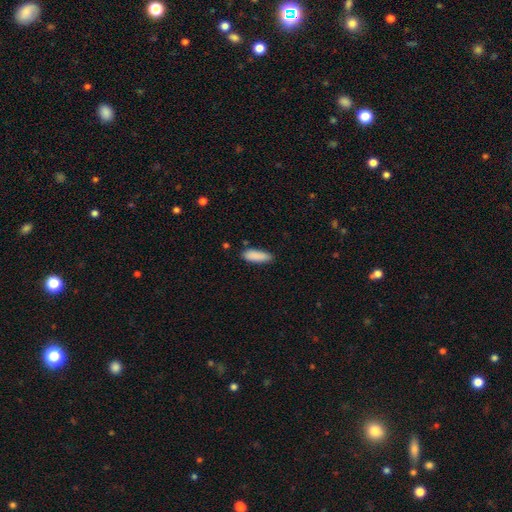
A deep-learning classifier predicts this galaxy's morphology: smooth-or-featured: smooth: 89% | star or artifact: 7% | featured or disk: 5%
  how-rounded: in between: 53% | cigar-shaped: 46% | round: 2%
  merging: none: 81% | minor disturbance: 14% | major disturbance: 3% | merger: 2%